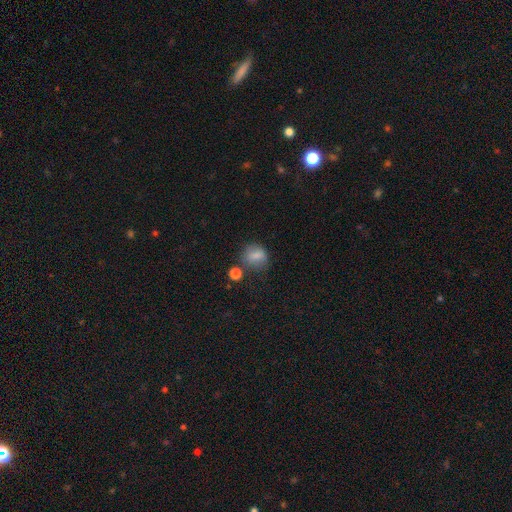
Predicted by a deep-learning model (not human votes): A smooth galaxy with no disk features (79%) that is round (59%).

Vote fractions:
- Smooth or featured? smooth: 79% / star or artifact: 11% / featured or disk: 9%
- How rounded? round: 59% / in between: 39% / cigar-shaped: 2%
- Merging? none: 60% / minor disturbance: 22% / major disturbance: 9% / merger: 9%